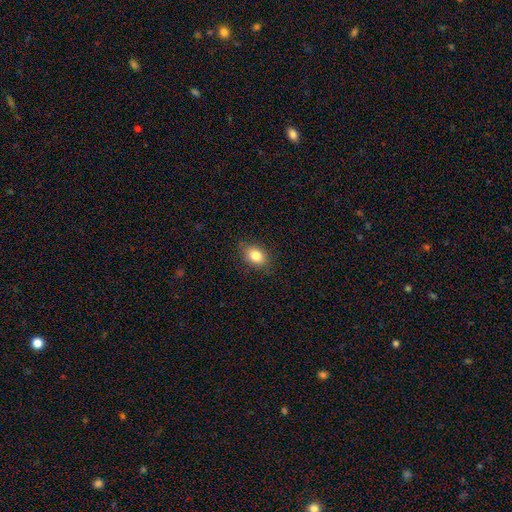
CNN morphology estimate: This appears to be a smooth galaxy with no disk features (82%) that is in between round and cigar-shaped (76%). Merging: none (83%).